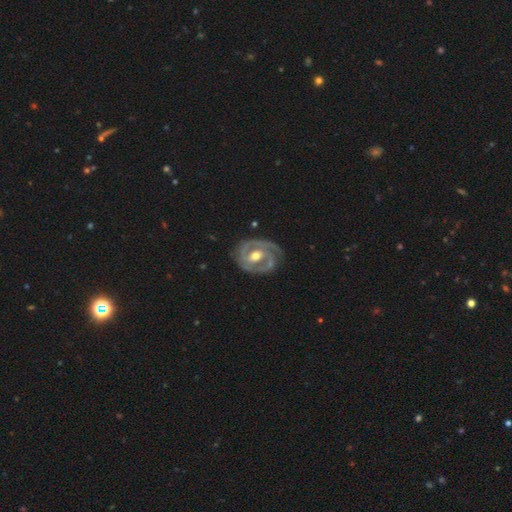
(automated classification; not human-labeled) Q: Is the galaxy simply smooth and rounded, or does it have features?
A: featured or disk — 89%.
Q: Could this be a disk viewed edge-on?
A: no — 97%.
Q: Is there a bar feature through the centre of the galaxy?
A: weak — 41%.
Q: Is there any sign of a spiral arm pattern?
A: yes — 94%.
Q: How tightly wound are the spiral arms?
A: tight — 64%.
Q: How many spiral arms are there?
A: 2 — 70%.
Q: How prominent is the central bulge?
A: moderate — 77%.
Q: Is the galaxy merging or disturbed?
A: none — 73%.